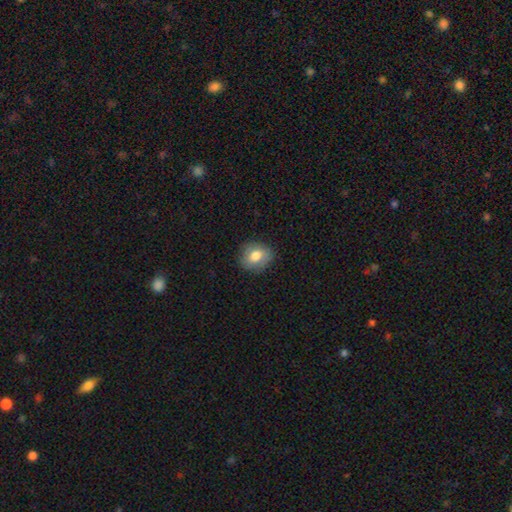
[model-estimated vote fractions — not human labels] Q: Smooth or featured?
A: smooth (75%); runner-up: featured or disk (17%)
Q: How rounded?
A: round (59%); runner-up: in between (40%)
Q: Merging?
A: none (80%); runner-up: minor disturbance (15%)